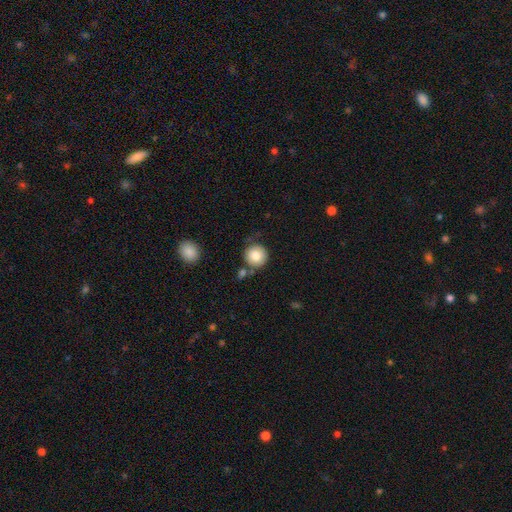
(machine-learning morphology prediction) Smooth or featured? Predicted: smooth (p=0.84). How rounded? Predicted: round (p=0.93). Merging? Predicted: none (p=0.73).